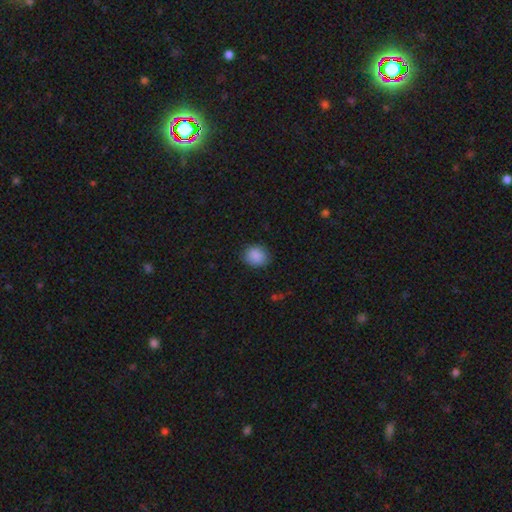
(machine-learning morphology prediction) The model was most divided on "how rounded": round: 64%, in between: 35%, cigar-shaped: 1%. More confident: smooth or featured — smooth (88%); merging — none (85%).